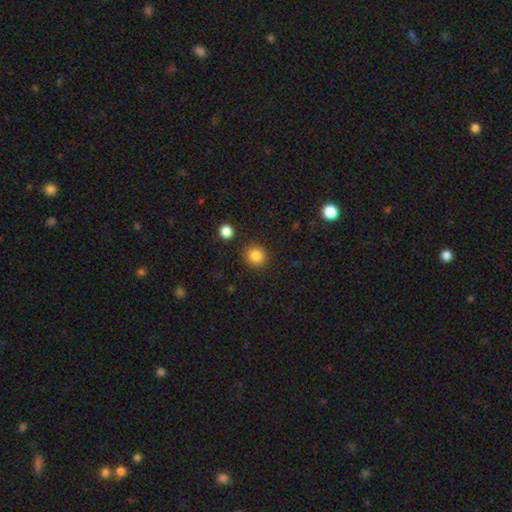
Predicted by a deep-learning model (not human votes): smooth 85%, star or artifact 10%, featured or disk 5%. Down the decision tree: how rounded — round (90%); merging — none (89%).